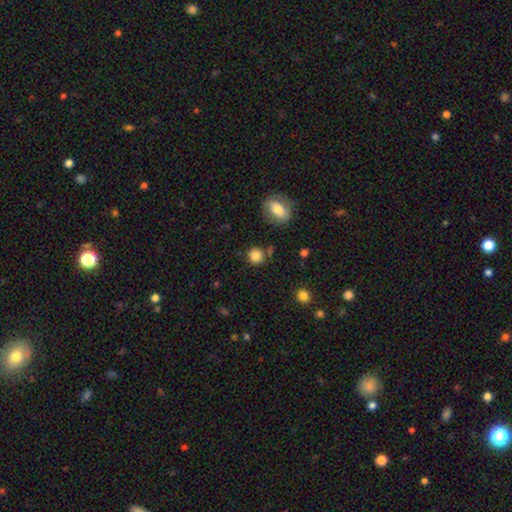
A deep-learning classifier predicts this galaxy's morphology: This appears to be a smooth galaxy with no disk features (85%) that is round (90%). Merging: none (82%).